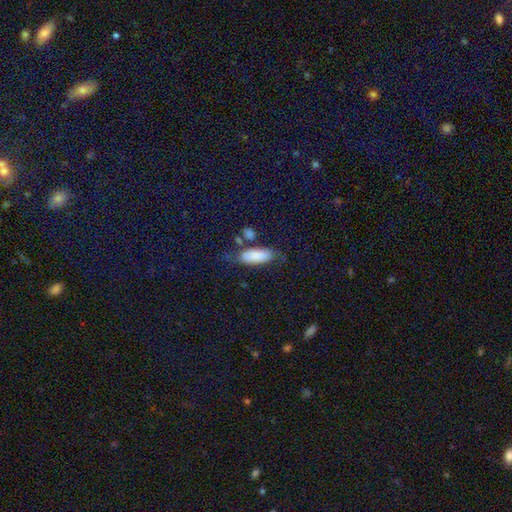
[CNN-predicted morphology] Smooth or featured? smooth (84%)
How rounded? in between (77%)
Merging? none (62%)